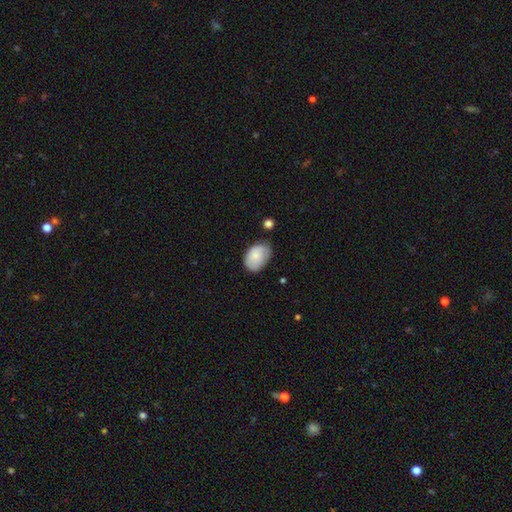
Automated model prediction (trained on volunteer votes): smooth 81%, featured or disk 12%, star or artifact 7%. Down the decision tree: how rounded — in between (86%); merging — none (63%).